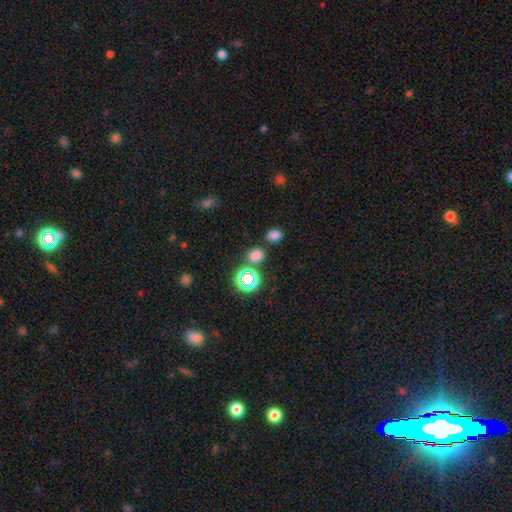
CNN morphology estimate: Overall: smooth (67%; star or artifact 28%). How rounded: round (58%; in between 40%). Merging: none (75%).